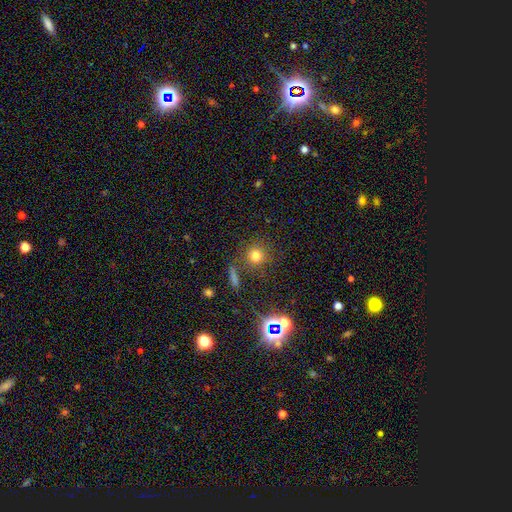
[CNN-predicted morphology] A smooth galaxy with no disk features (72%) that is round (92%). Merging: none (81%).